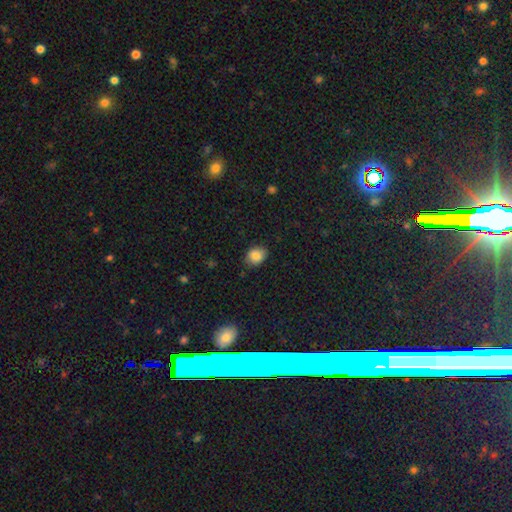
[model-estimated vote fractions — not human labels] A smooth galaxy with no disk features (85%) that is in between round and cigar-shaped (57%).

Vote fractions:
- Smooth or featured? smooth: 85% / star or artifact: 9% / featured or disk: 6%
- How rounded? in between: 57% / round: 42% / cigar-shaped: 1%
- Merging? none: 82% / minor disturbance: 14% / major disturbance: 3% / merger: 1%